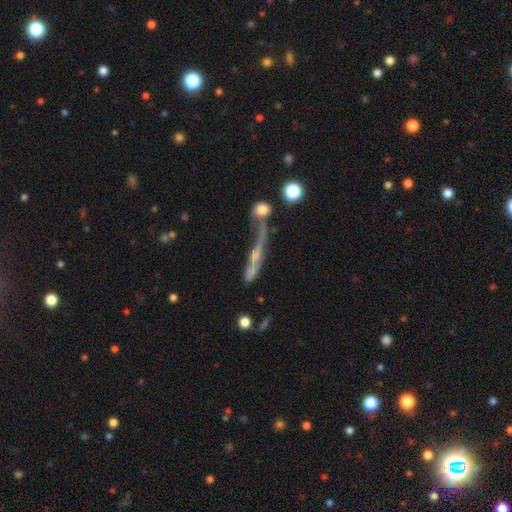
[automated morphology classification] This appears to be a featured or disk galaxy (55%) viewed edge-on (65%). Merging: none (32%).